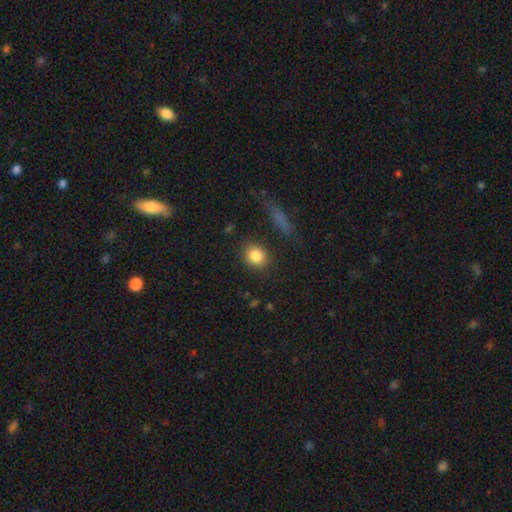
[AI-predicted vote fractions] The model was most divided on "how rounded": round: 75%, in between: 23%, cigar-shaped: 2%. More confident: merging — none (86%); smooth or featured — smooth (85%).